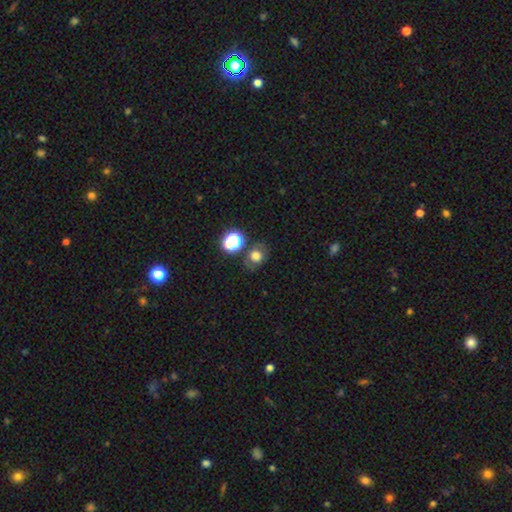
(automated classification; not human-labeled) A smooth galaxy with no disk features (67%) that is round (63%).

Vote fractions:
- Smooth or featured? smooth: 67% / star or artifact: 17% / featured or disk: 16%
- How rounded? round: 63% / in between: 36% / cigar-shaped: 1%
- Merging? none: 68% / minor disturbance: 16% / merger: 10% / major disturbance: 7%